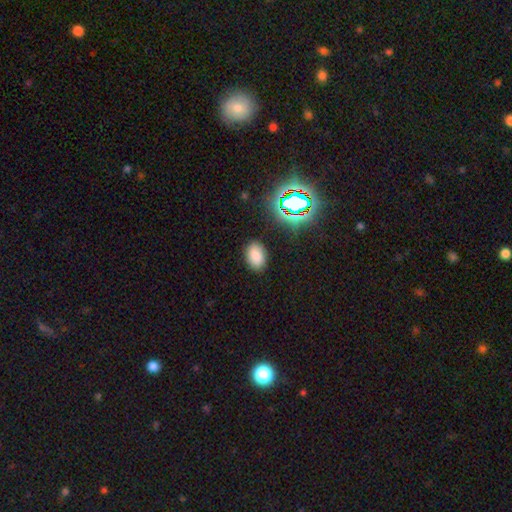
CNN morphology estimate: type=smooth (80%); roundness=in between (87%); merging=none (86%).